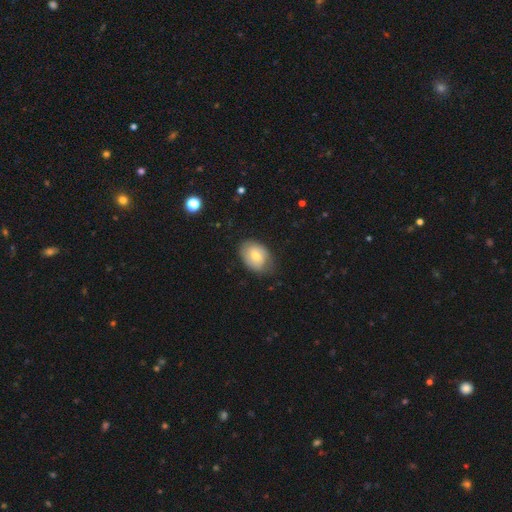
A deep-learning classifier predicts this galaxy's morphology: Smooth or featured? Predicted: smooth (p=0.67). How rounded? Predicted: in between (p=0.75). Merging? Predicted: none (p=0.71).